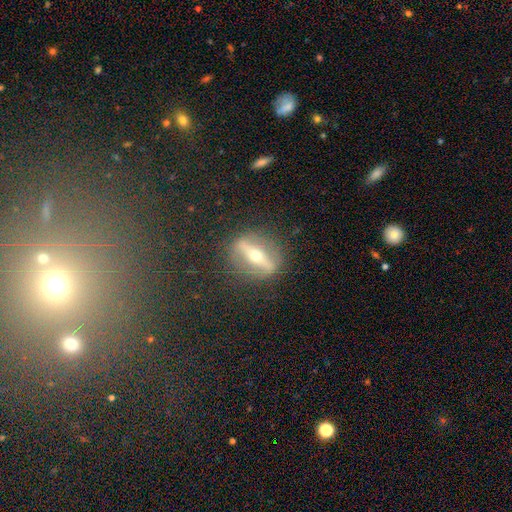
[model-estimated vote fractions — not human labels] Smooth or featured? Predicted: featured or disk (p=0.77). Edge-on disk? Predicted: yes (p=0.54). Merging? Predicted: none (p=0.84).